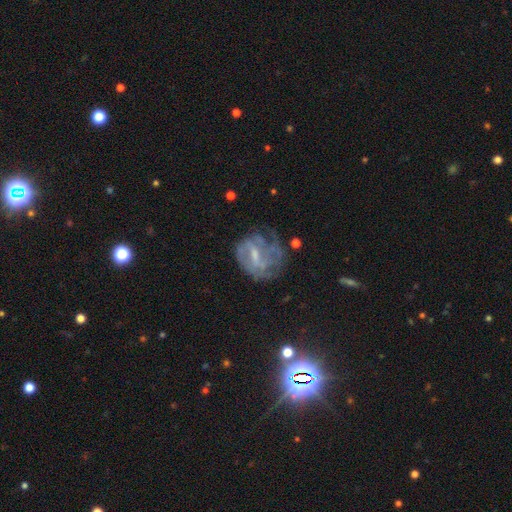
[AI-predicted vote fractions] A featured or disk galaxy (71%) with a weak bar (53%), spiral arms (66%) and a small central bulge (43%).

Vote fractions:
- Smooth or featured? featured or disk: 71% / smooth: 18% / star or artifact: 11%
- Edge-on disk? no: 97% / yes: 3%
- Bar? weak: 53% / no: 26% / strong: 22%
- Spiral arms? yes: 66% / no: 34%
- Bulge size? small: 43% / moderate: 33% / none: 20% / large: 2% / dominant: 1%
- Merging? none: 46% / major disturbance: 27% / minor disturbance: 24% / merger: 3%